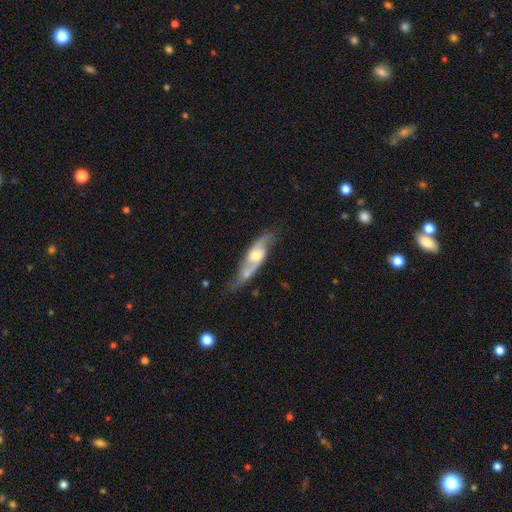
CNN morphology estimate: Q: Smooth or featured?
A: featured or disk (75%); runner-up: smooth (20%)
Q: Edge-on disk?
A: no (75%); runner-up: yes (25%)
Q: Bar?
A: no (51%); runner-up: weak (39%)
Q: Spiral arms?
A: yes (88%); runner-up: no (12%)
Q: Bulge size?
A: moderate (61%); runner-up: small (22%)
Q: Merging?
A: none (60%); runner-up: minor disturbance (22%)